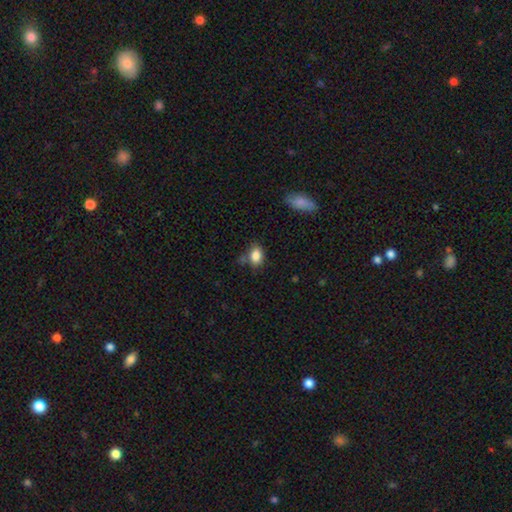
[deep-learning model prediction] Smooth or featured?
  - smooth: 85% *
  - star or artifact: 9%
  - featured or disk: 6%
How rounded?
  - in between: 78% *
  - round: 21%
  - cigar-shaped: 2%
Merging?
  - none: 65% *
  - minor disturbance: 20%
  - merger: 9%
  - major disturbance: 5%